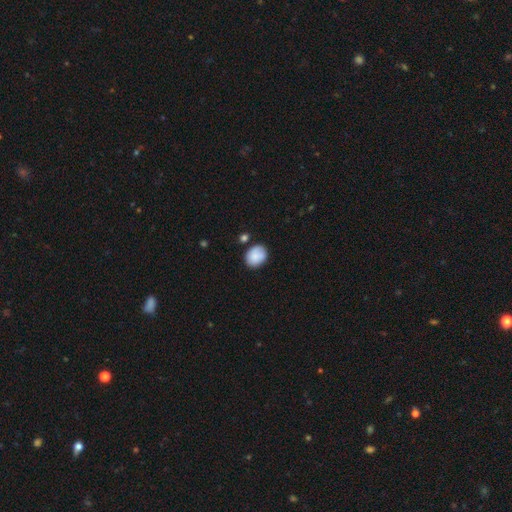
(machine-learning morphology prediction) A smooth galaxy with no disk features (85%) that is round (52%). Merging: none (72%).